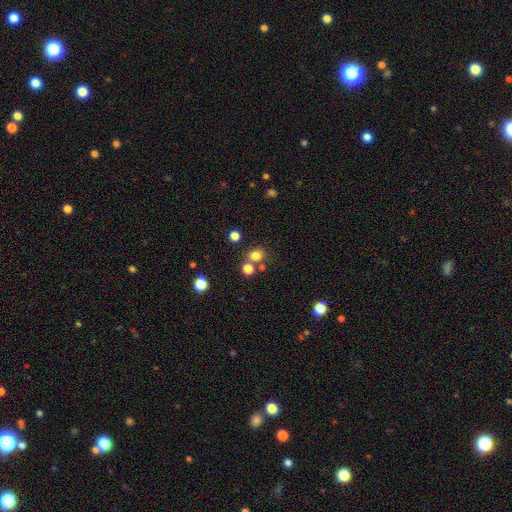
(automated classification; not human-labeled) A smooth galaxy with no disk features (77%) that is round (82%). Merging: none (68%).